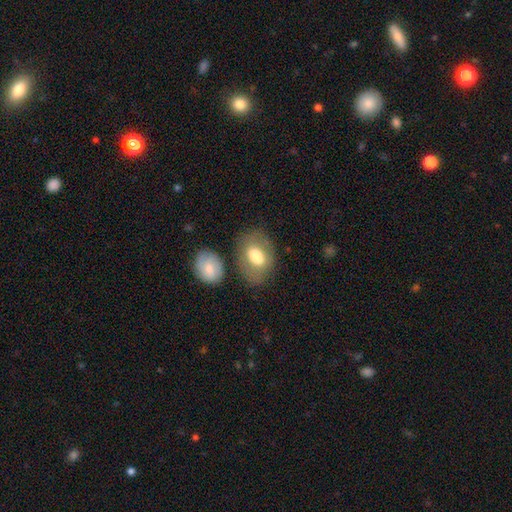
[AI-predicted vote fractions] Overall: smooth (69%). How rounded: in between (83%). Merging: none (65%).